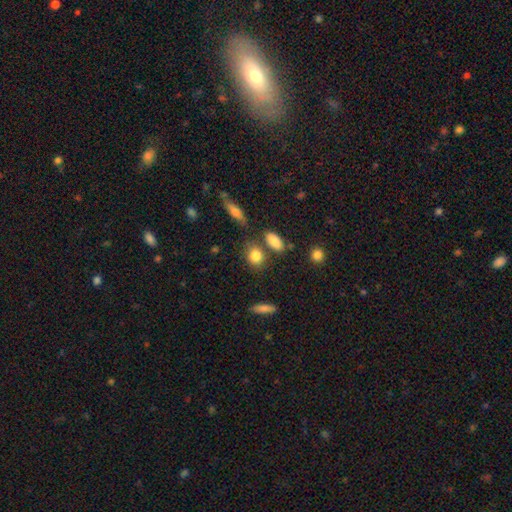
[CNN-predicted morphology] This appears to be a smooth galaxy with no disk features (83%) that is in between round and cigar-shaped (57%). Merging: none (67%).